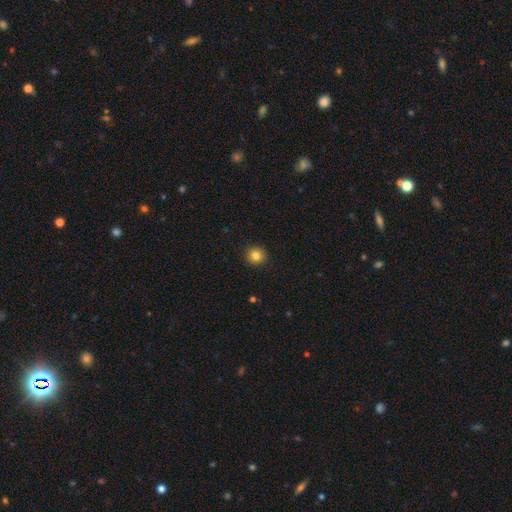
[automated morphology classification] This appears to be a smooth galaxy with no disk features (83%) that is round (93%). Merging: none (92%).